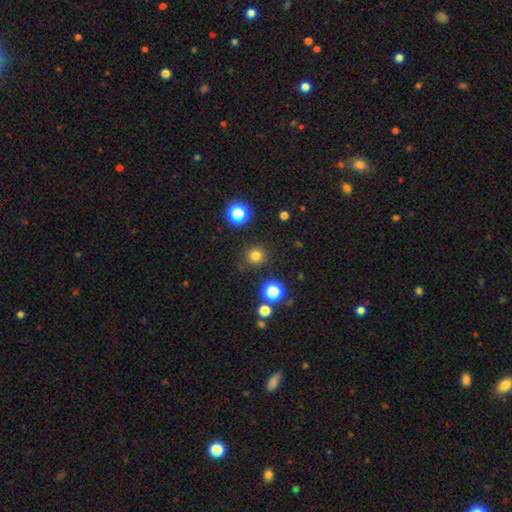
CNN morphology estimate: smooth-or-featured: smooth: 78% | star or artifact: 17% | featured or disk: 5%
  how-rounded: round: 94% | in between: 5% | cigar-shaped: 1%
  merging: none: 88% | minor disturbance: 7% | major disturbance: 3% | merger: 2%